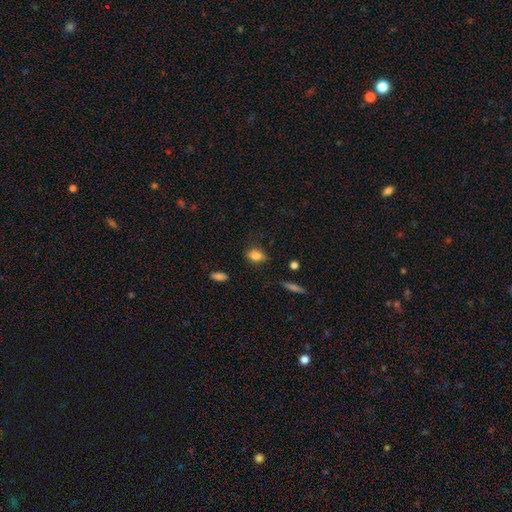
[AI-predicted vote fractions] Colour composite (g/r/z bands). It shows a smooth galaxy with no disk features (83%) that is in between round and cigar-shaped (74%). Merging: none (77%).